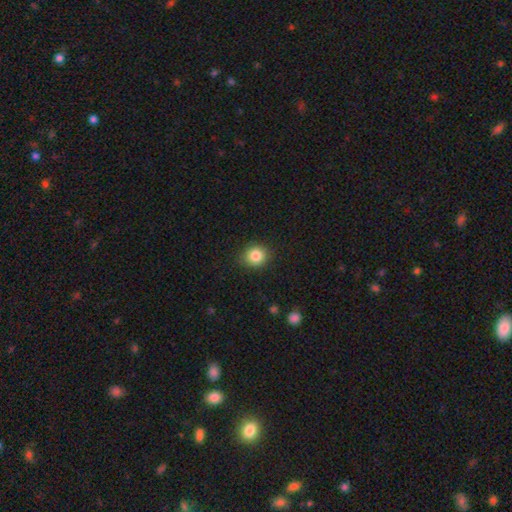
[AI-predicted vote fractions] smooth 85%, star or artifact 10%, featured or disk 5%. Down the decision tree: how rounded — round (84%); merging — none (89%).